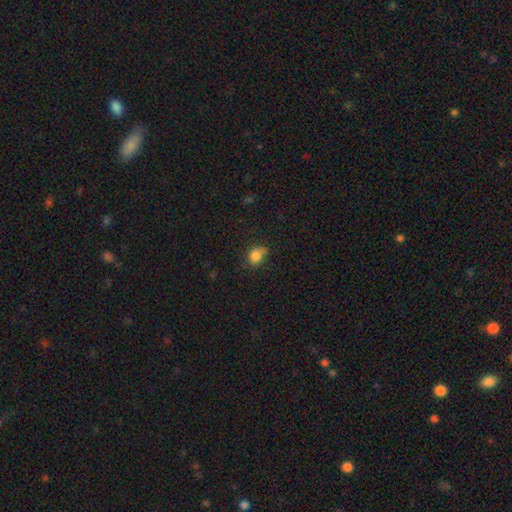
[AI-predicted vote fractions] A smooth galaxy with no disk features (83%) that is round (66%).

Vote fractions:
- Smooth or featured? smooth: 83% / star or artifact: 11% / featured or disk: 7%
- How rounded? round: 66% / in between: 33% / cigar-shaped: 1%
- Merging? none: 53% / minor disturbance: 30% / major disturbance: 9% / merger: 8%